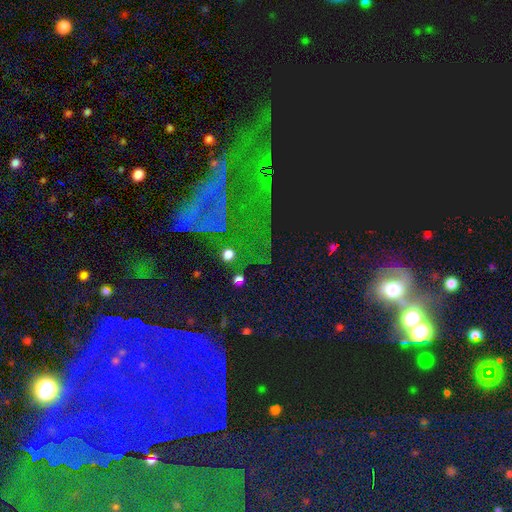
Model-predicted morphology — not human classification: Overall: star or artifact (72%).